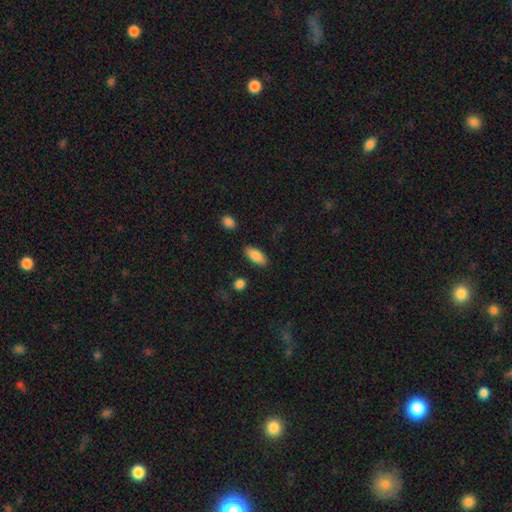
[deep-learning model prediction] Smooth or featured: smooth — 87% (star or artifact — 7%)
How rounded: in between — 89% (cigar-shaped — 8%)
Merging: none — 85% (minor disturbance — 10%)